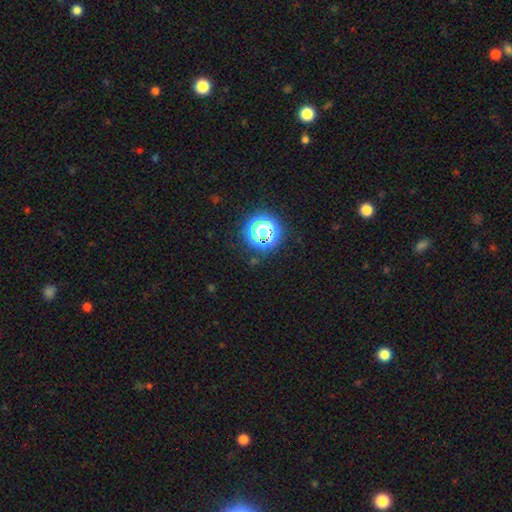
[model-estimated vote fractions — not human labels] smooth_or_featured: star or artifact (p=0.75) [alt: smooth p=0.19]